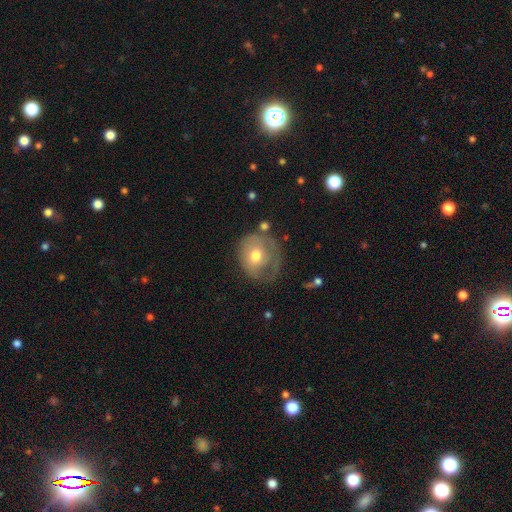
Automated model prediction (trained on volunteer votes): smooth 55%, featured or disk 37%, star or artifact 8%. Down the decision tree: how rounded — round (70%); merging — none (42%).